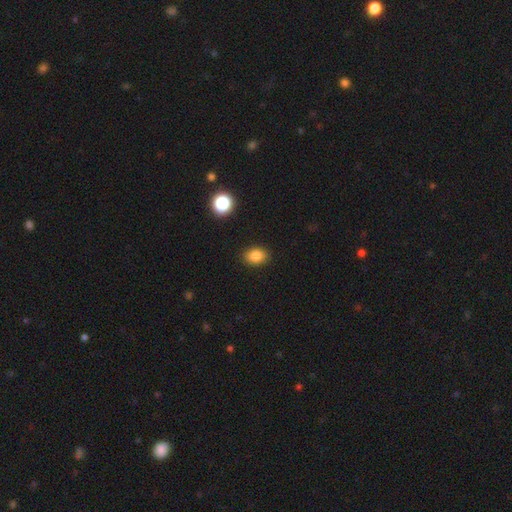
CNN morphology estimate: Smooth or featured?
  - smooth: 84% *
  - star or artifact: 11%
  - featured or disk: 5%
How rounded?
  - in between: 72% *
  - round: 27%
  - cigar-shaped: 1%
Merging?
  - none: 88% *
  - minor disturbance: 9%
  - major disturbance: 2%
  - merger: 1%